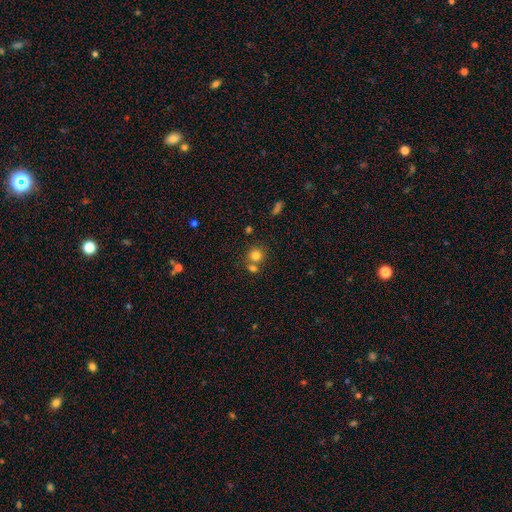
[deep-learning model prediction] Q: Smooth or featured?
A: smooth (79%); runner-up: star or artifact (12%)
Q: How rounded?
A: round (87%); runner-up: in between (12%)
Q: Merging?
A: none (58%); runner-up: merger (31%)